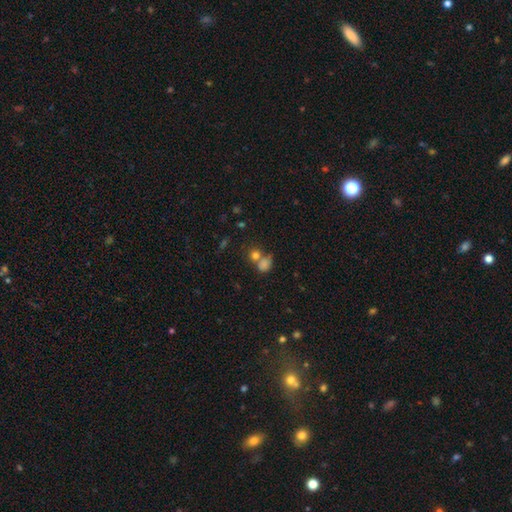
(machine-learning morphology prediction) A smooth galaxy with no disk features (66%) that is round (63%).

Vote fractions:
- Smooth or featured? smooth: 66% / star or artifact: 24% / featured or disk: 11%
- How rounded? round: 63% / in between: 35% / cigar-shaped: 2%
- Merging? none: 46% / merger: 39% / minor disturbance: 10% / major disturbance: 6%